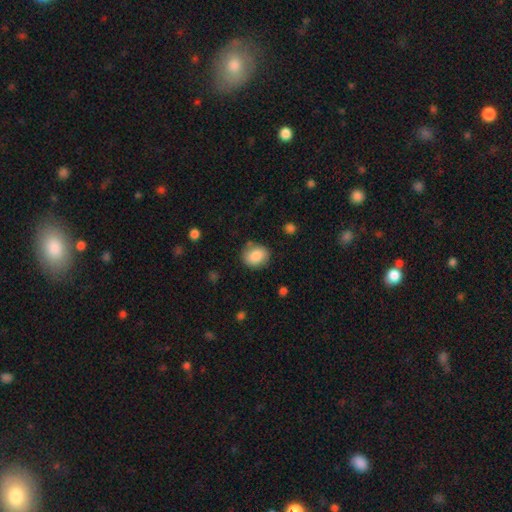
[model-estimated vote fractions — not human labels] A smooth galaxy with no disk features (86%) that is round (64%). Merging: none (78%).